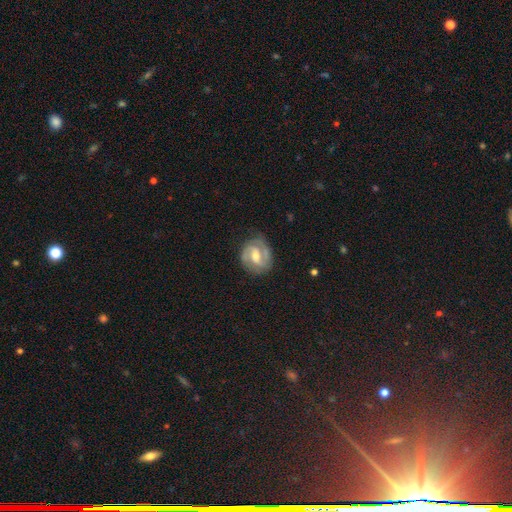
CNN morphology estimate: smooth_or_featured: featured or disk (p=0.84) [alt: smooth p=0.11]
disk_edge_on: no (p=0.98) [alt: yes p=0.02]
bar: weak (p=0.53) [alt: strong p=0.26]
has_spiral_arms: yes (p=0.96) [alt: no p=0.04]
spiral_winding: medium (p=0.47) [alt: tight p=0.41]
spiral_arm_count: 2 (p=0.85) [alt: can't tell p=0.06]
bulge_size: moderate (p=0.61) [alt: small p=0.30]
merging: none (p=0.76) [alt: minor disturbance p=0.17]